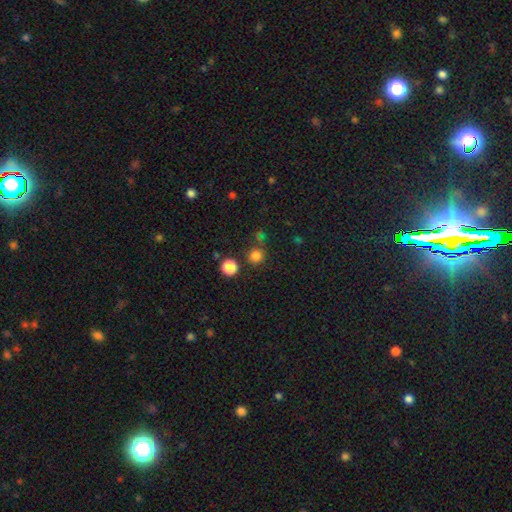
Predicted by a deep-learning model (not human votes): smooth-or-featured: smooth: 77% | star or artifact: 18% | featured or disk: 5%
  how-rounded: round: 92% | in between: 7% | cigar-shaped: 1%
  merging: none: 75% | merger: 11% | minor disturbance: 10% | major disturbance: 4%